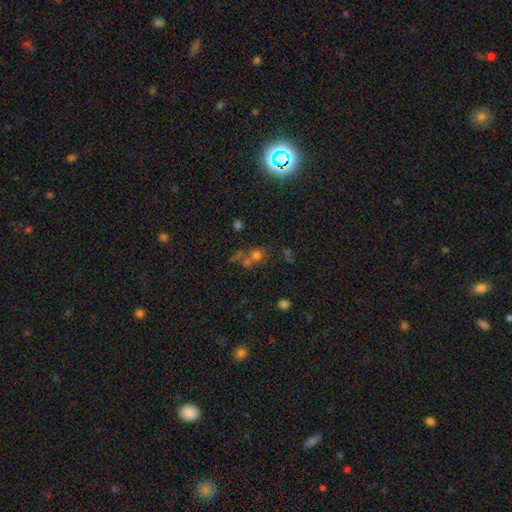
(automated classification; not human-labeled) Smooth or featured?
  - smooth: 46% *
  - star or artifact: 39%
  - featured or disk: 15%
Merging?
  - none: 48% *
  - merger: 35%
  - minor disturbance: 9%
  - major disturbance: 8%